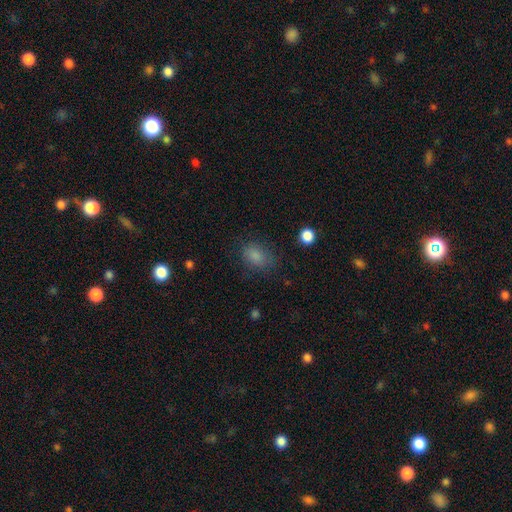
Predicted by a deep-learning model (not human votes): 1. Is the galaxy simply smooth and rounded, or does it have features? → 82% smooth, 12% star or artifact, 6% featured or disk.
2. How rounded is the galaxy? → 70% in between, 29% round, 1% cigar-shaped.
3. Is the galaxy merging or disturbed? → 74% none, 18% minor disturbance, 7% major disturbance, 2% merger.